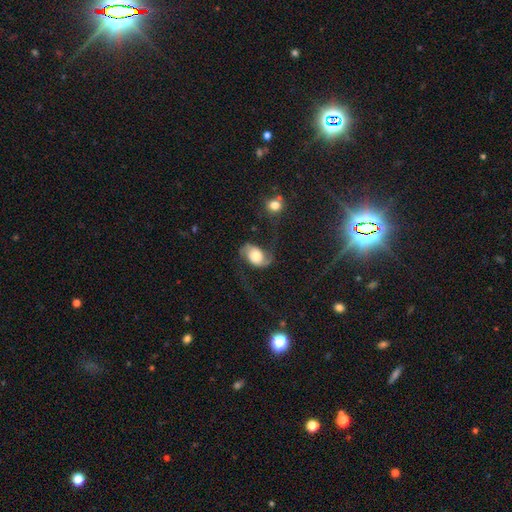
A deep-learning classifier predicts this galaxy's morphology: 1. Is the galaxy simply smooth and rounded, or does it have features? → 67% featured or disk, 25% smooth, 8% star or artifact.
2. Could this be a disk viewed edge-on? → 97% no, 3% yes.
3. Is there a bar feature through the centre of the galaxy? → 65% no, 26% weak, 9% strong.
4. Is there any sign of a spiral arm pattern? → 91% yes, 9% no.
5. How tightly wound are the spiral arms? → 69% loose, 24% medium, 7% tight.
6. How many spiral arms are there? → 91% 2, 3% 1, 3% can't tell, 1% 3, 1% 4, 1% more than 4.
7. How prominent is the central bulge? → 54% moderate, 25% large, 13% small, 5% dominant, 2% none.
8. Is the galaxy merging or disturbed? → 54% none, 23% major disturbance, 19% minor disturbance, 4% merger.